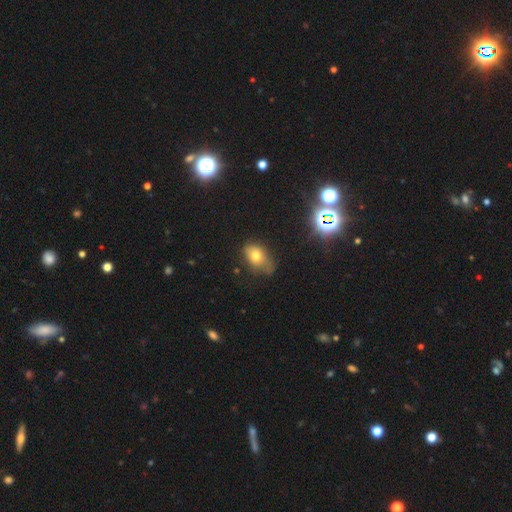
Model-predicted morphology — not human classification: This is likely a smooth galaxy (68%). How rounded: likely in between (80%). Merging: marginally none (42%).